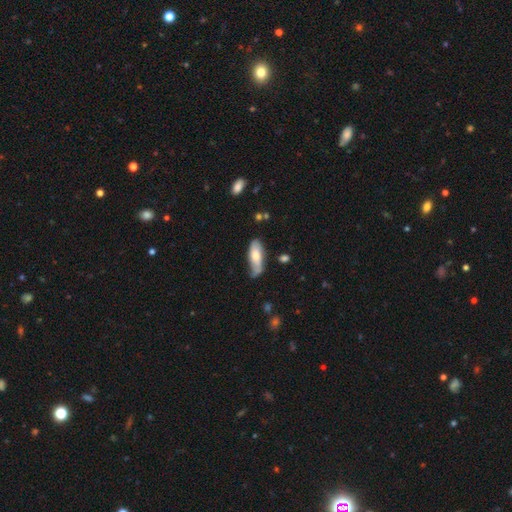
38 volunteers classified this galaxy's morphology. Overall: smooth (68%). How rounded: in between (73%). Merging: none (49%; minor disturbance 34%).